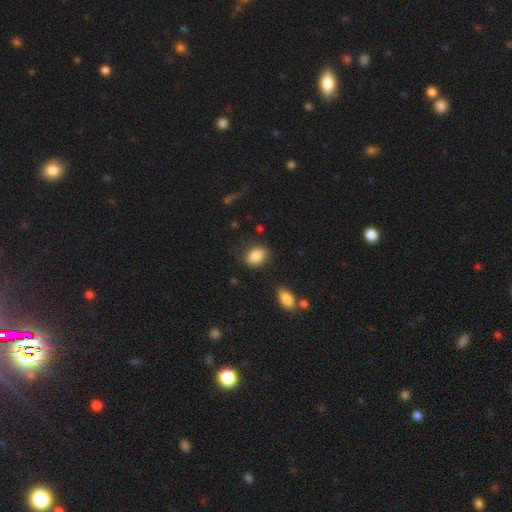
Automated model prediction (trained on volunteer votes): Q: Smooth or featured?
A: smooth (84%); runner-up: featured or disk (8%)
Q: How rounded?
A: in between (79%); runner-up: round (19%)
Q: Merging?
A: none (73%); runner-up: minor disturbance (19%)